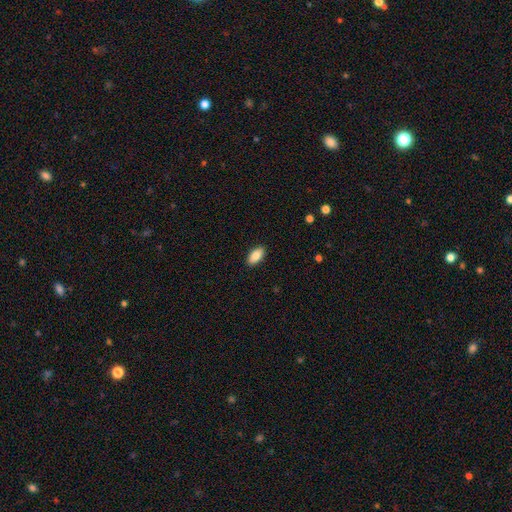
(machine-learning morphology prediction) smooth_or_featured: smooth (p=0.85) [alt: featured or disk p=0.09]
how_rounded: in between (p=0.92) [alt: cigar-shaped p=0.05]
merging: none (p=0.90) [alt: minor disturbance p=0.07]